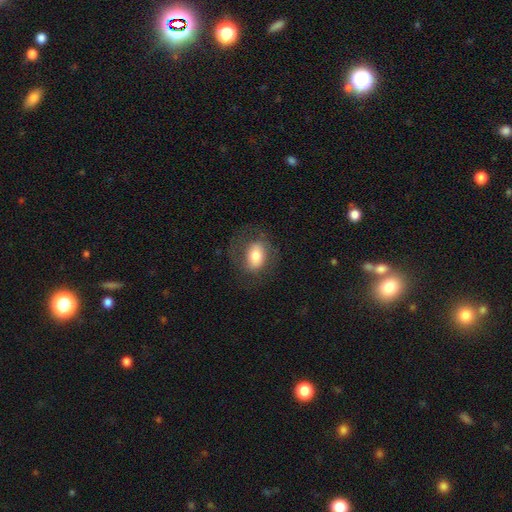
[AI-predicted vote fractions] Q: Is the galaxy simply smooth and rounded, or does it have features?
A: smooth — 63%.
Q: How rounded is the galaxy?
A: in between — 68%.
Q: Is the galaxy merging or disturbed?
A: none — 67%.